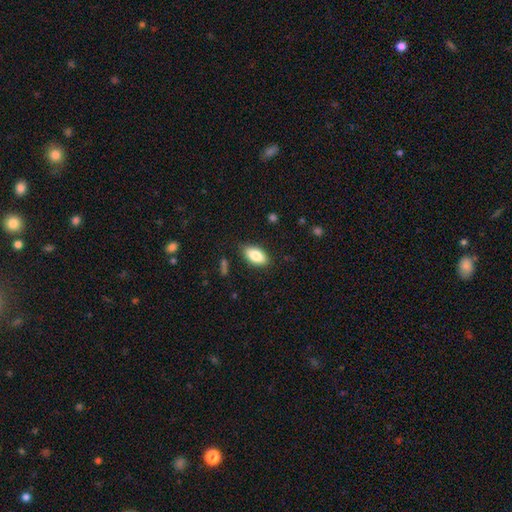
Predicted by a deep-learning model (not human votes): This appears to be a smooth galaxy with no disk features (84%) that is in between round and cigar-shaped (91%). Merging: none (85%).